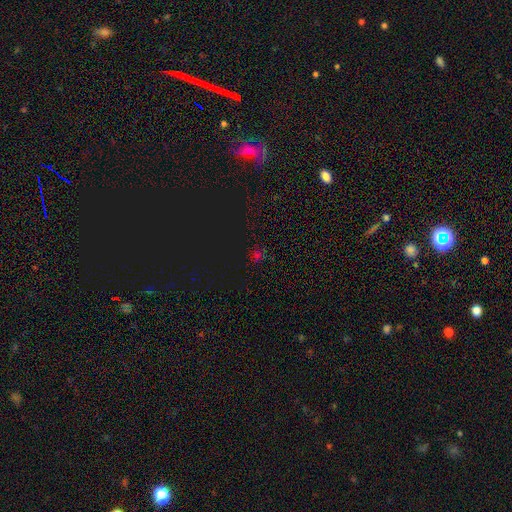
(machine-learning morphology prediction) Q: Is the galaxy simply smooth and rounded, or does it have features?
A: star or artifact — 60%.